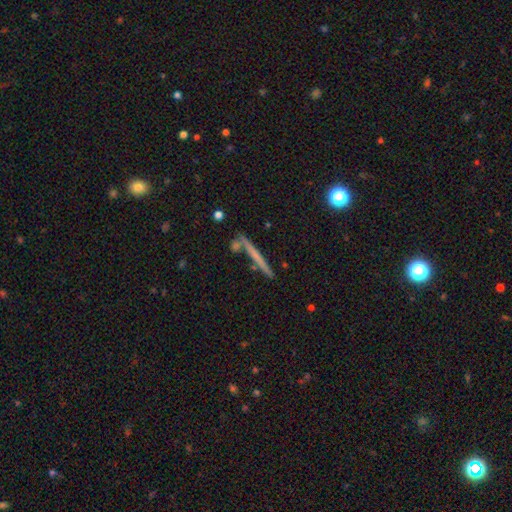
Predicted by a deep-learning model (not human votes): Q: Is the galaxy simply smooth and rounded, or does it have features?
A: featured or disk — 47%.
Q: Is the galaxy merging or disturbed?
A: none — 81%.